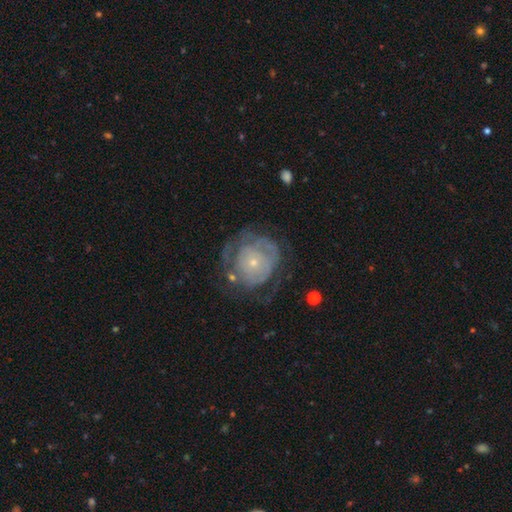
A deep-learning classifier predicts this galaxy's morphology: A featured or disk galaxy (73%) with no bar (82%), tight (76%) spiral arms (82%) and a small central bulge (74%). Merging: none (72%).